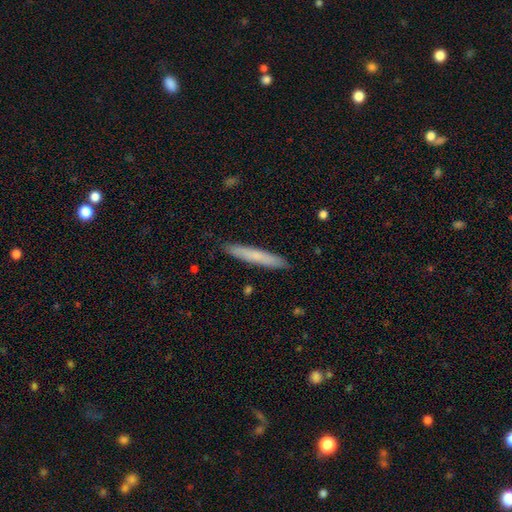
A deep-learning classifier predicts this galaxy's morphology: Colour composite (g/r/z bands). It shows a smooth galaxy with no disk features (69%) that is cigar-shaped (95%). Merging: none (90%).